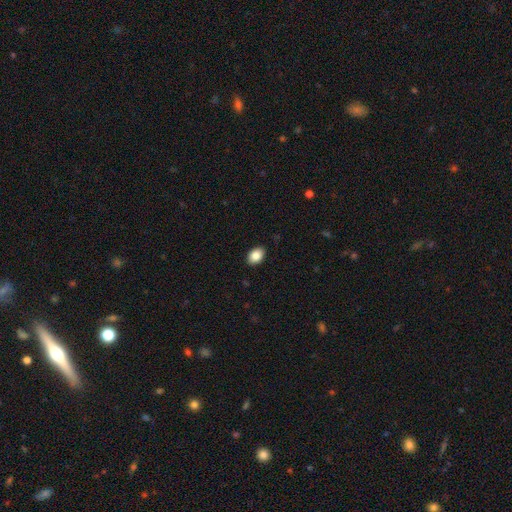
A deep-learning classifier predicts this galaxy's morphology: smooth-or-featured: smooth: 87% | star or artifact: 7% | featured or disk: 6%
  how-rounded: in between: 84% | round: 15% | cigar-shaped: 1%
  merging: none: 90% | minor disturbance: 8% | major disturbance: 2% | merger: 1%